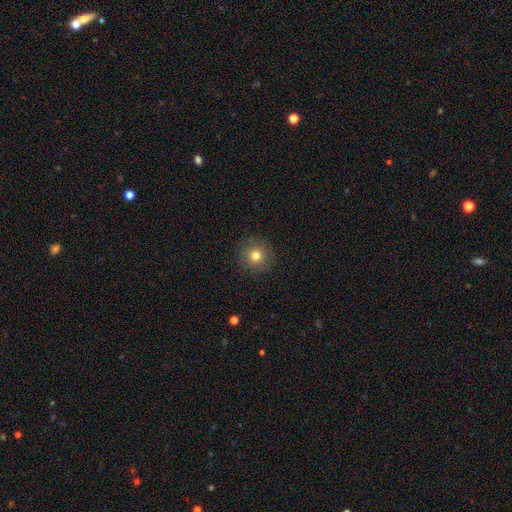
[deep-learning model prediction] Q: Smooth or featured?
A: smooth (78%); runner-up: star or artifact (12%)
Q: How rounded?
A: round (95%); runner-up: in between (4%)
Q: Merging?
A: none (90%); runner-up: minor disturbance (6%)